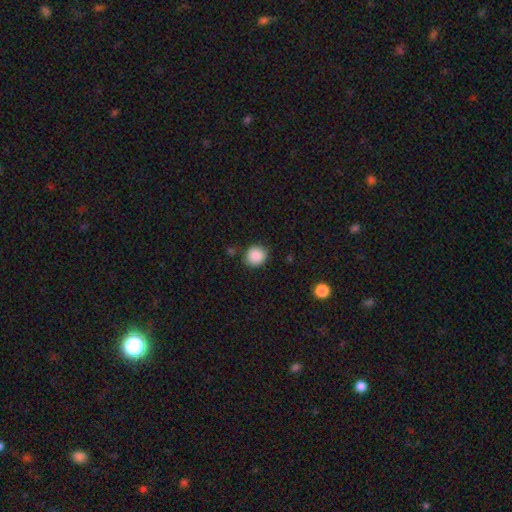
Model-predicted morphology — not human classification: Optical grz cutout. It shows a smooth galaxy with no disk features (88%) that is round (85%). Merging: none (84%).